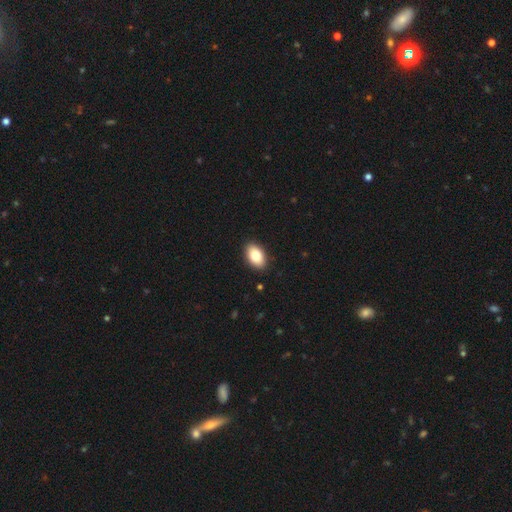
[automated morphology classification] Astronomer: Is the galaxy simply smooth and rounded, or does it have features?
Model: smooth — 83%.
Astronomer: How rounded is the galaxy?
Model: in between — 92%.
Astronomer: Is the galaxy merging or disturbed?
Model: none — 90%.